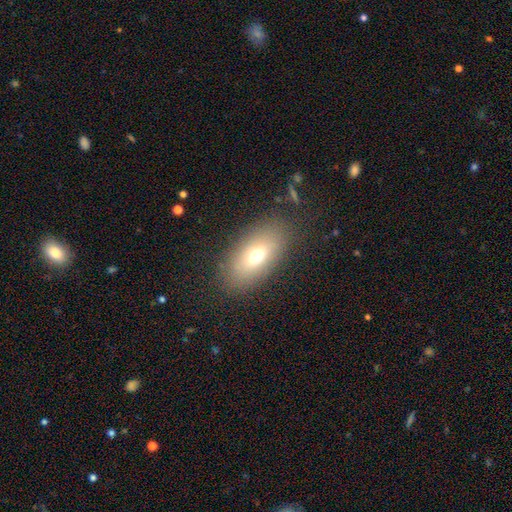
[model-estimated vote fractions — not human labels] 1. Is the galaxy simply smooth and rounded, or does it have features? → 68% smooth, 19% featured or disk, 12% star or artifact.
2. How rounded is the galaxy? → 85% in between, 9% round, 6% cigar-shaped.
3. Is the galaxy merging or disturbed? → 84% none, 10% minor disturbance, 5% major disturbance, 1% merger.